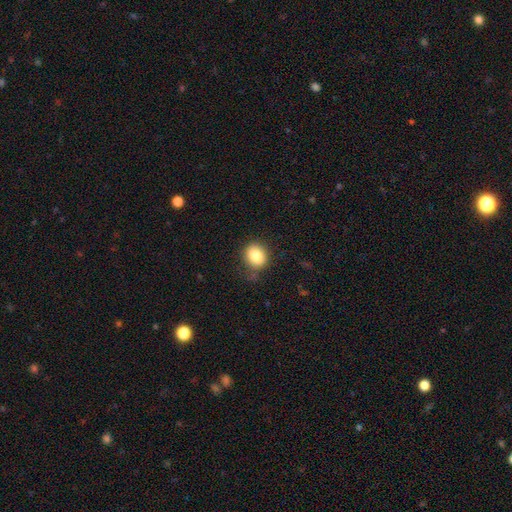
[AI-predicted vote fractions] Smooth or featured: smooth — 83% (star or artifact — 9%)
How rounded: round — 60% (in between — 39%)
Merging: none — 80% (minor disturbance — 14%)